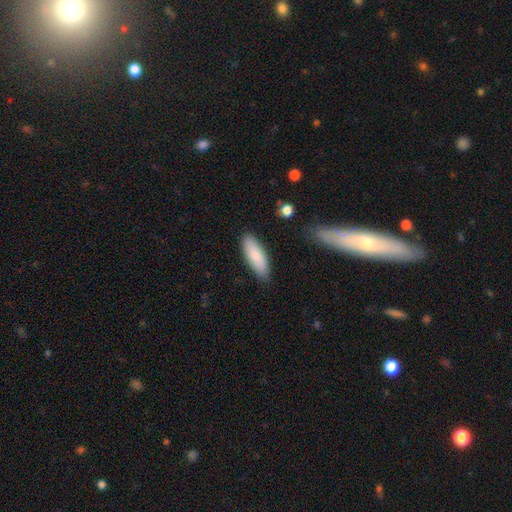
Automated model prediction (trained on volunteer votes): Smooth or featured: smooth — 84% (featured or disk — 10%)
How rounded: in between — 62% (cigar-shaped — 36%)
Merging: none — 84% (minor disturbance — 12%)